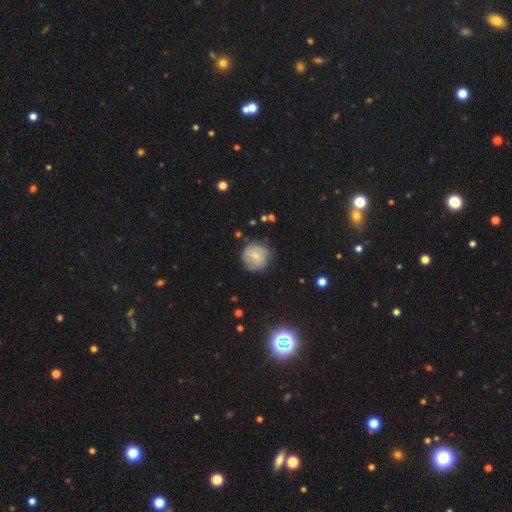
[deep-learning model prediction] This is possibly a smooth galaxy (53%). How rounded: clearly round (93%). Merging: likely none (75%).